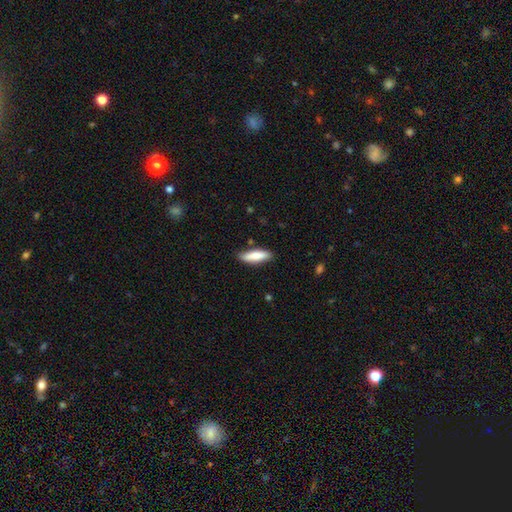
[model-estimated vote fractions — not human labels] The model was most divided on "how rounded": cigar-shaped: 56%, in between: 42%, round: 2%. More confident: merging — none (83%); smooth or featured — smooth (77%).